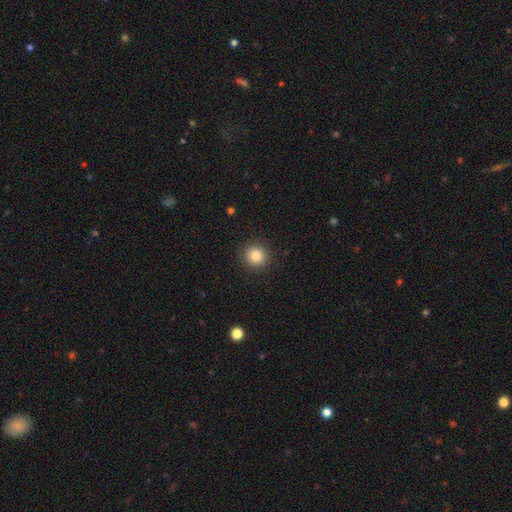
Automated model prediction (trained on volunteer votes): A smooth galaxy with no disk features (84%) that is round (93%). Merging: none (91%).